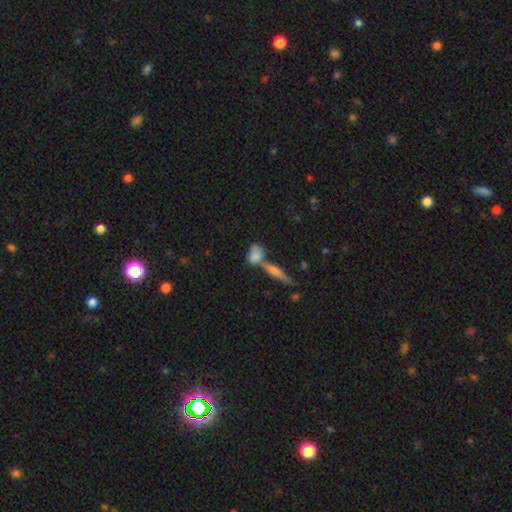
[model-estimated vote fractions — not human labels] Smooth or featured? smooth (73%)
How rounded? in between (67%)
Merging? merger (44%)